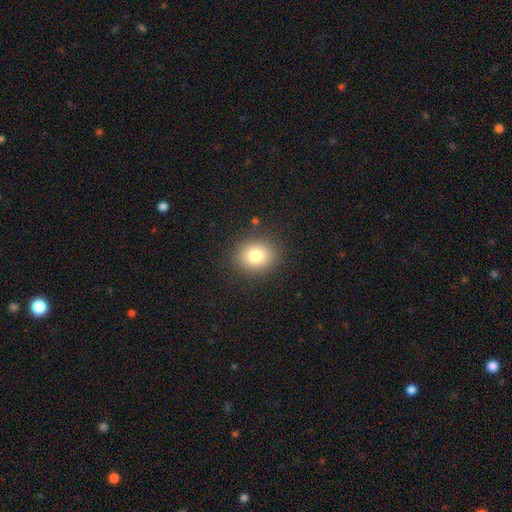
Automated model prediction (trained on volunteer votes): A smooth galaxy with no disk features (79%) that is round (73%). Merging: none (88%).